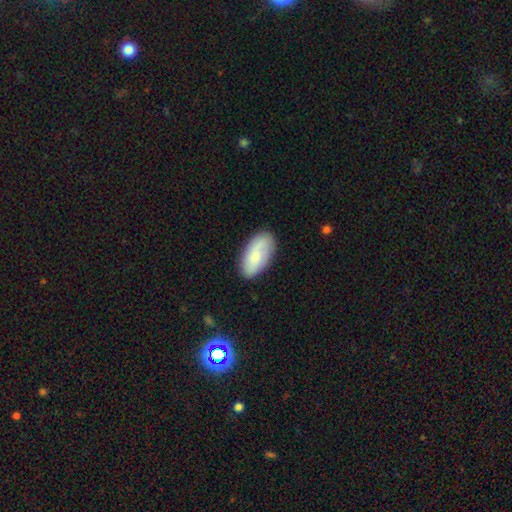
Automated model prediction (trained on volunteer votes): A smooth galaxy with no disk features (73%) that is in between round and cigar-shaped (93%). Merging: none (81%).